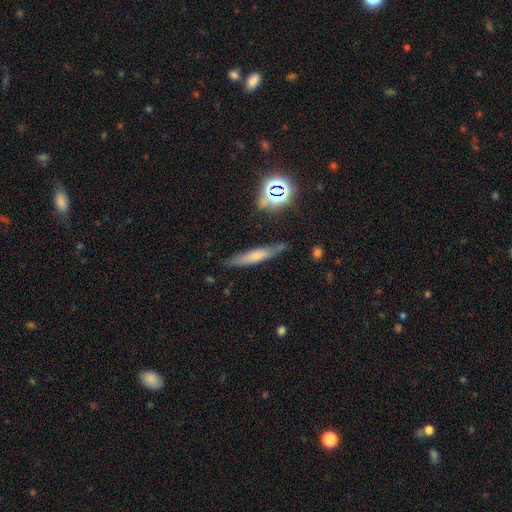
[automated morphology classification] Q: Smooth or featured?
A: smooth (54%); runner-up: featured or disk (34%)
Q: How rounded?
A: cigar-shaped (87%); runner-up: in between (11%)
Q: Merging?
A: none (81%); runner-up: minor disturbance (14%)